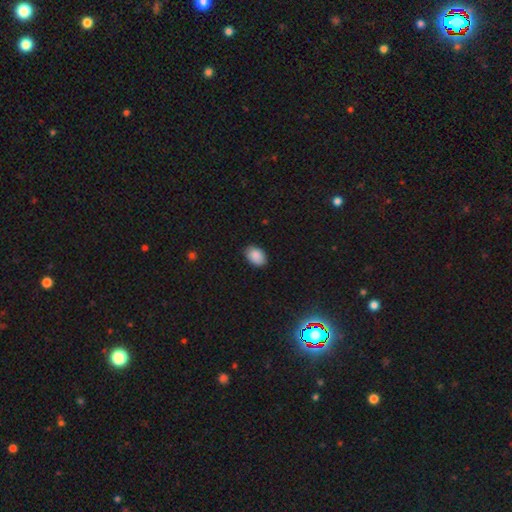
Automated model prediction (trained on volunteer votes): Smooth or featured?
  - smooth: 88% *
  - star or artifact: 8%
  - featured or disk: 3%
How rounded?
  - in between: 82% *
  - round: 17%
  - cigar-shaped: 1%
Merging?
  - none: 85% *
  - minor disturbance: 12%
  - major disturbance: 2%
  - merger: 1%